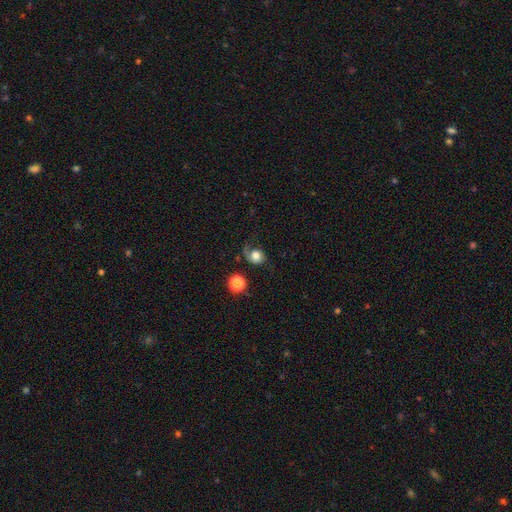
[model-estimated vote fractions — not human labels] This appears to be a smooth galaxy with no disk features (63%) that is round (70%). Merging: none (45%).